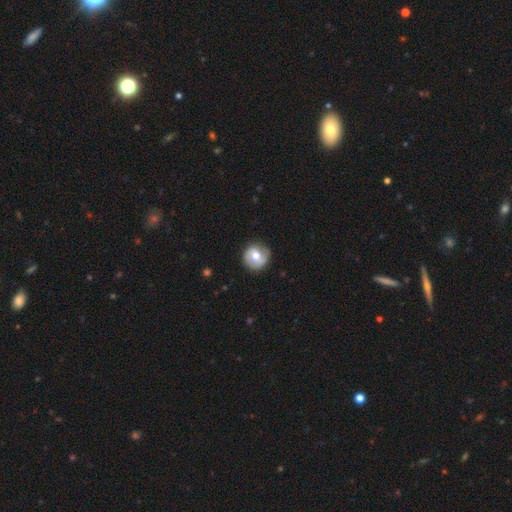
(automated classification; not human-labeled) The model was most divided on "smooth or featured": smooth: 55%, featured or disk: 38%, star or artifact: 7%. More confident: how rounded — round (92%); merging — none (81%).